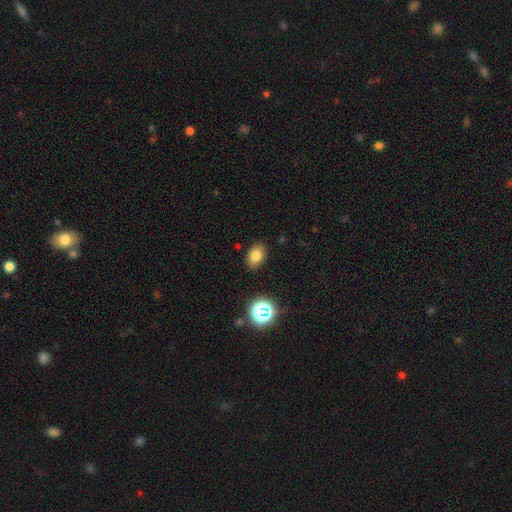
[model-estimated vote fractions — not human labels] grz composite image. It shows a smooth galaxy with no disk features (77%) that is in between round and cigar-shaped (80%). Merging: none (87%).